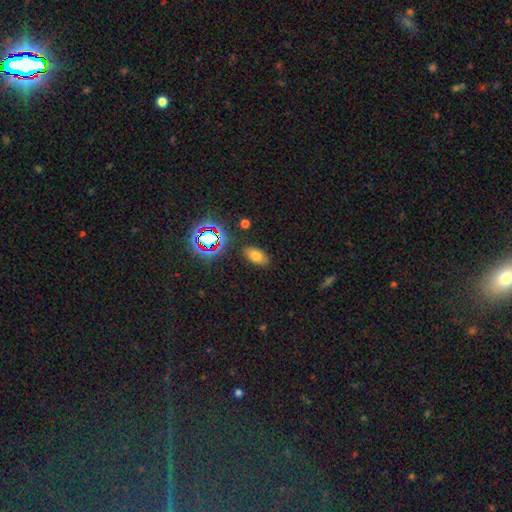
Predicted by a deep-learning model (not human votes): Smooth or featured: smooth — 72% (star or artifact — 18%)
How rounded: in between — 91% (round — 6%)
Merging: none — 85% (minor disturbance — 10%)